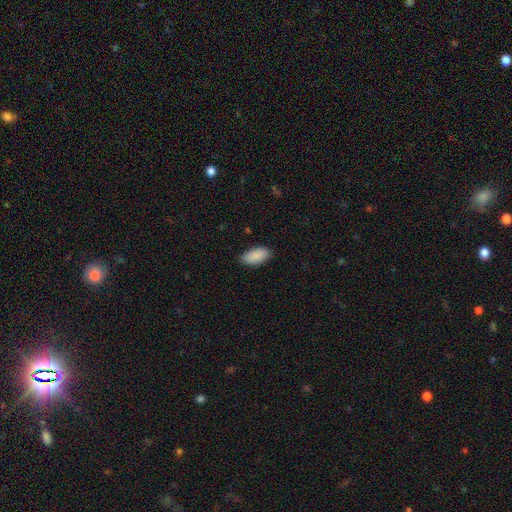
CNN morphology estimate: A smooth galaxy with no disk features (90%) that is in between round and cigar-shaped (93%). Merging: none (84%).